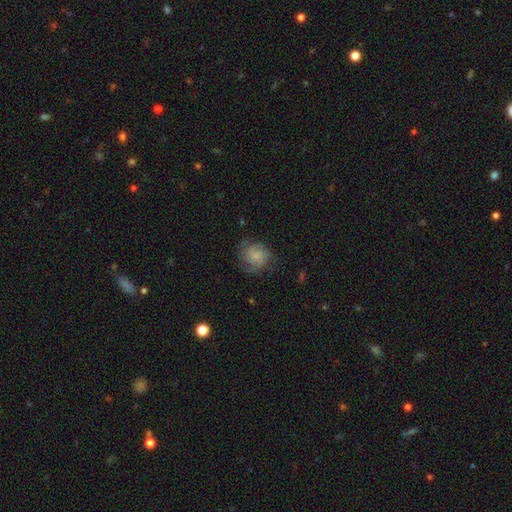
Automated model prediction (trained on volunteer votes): smooth-or-featured: smooth: 57% | featured or disk: 34% | star or artifact: 9%
  how-rounded: round: 79% | in between: 20% | cigar-shaped: 1%
  merging: none: 63% | minor disturbance: 23% | major disturbance: 13% | merger: 1%